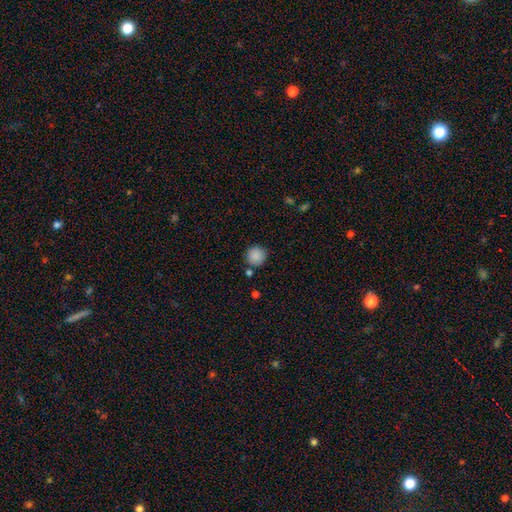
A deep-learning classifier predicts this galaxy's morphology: This is clearly a smooth galaxy (88%). How rounded: clearly round (94%). Merging: clearly none (83%).